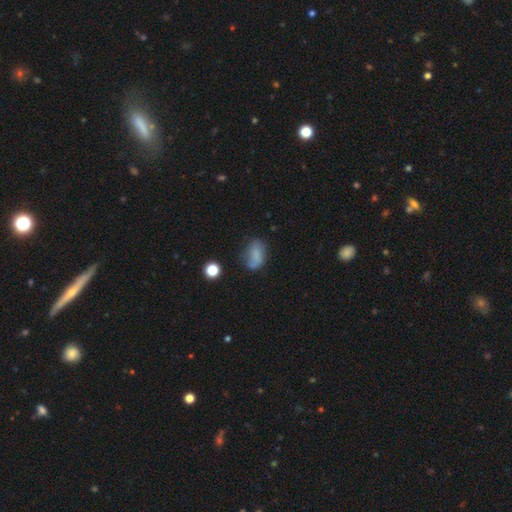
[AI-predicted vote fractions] Overall: smooth (70%). How rounded: in between (85%). Merging: none (53%; minor disturbance 29%).